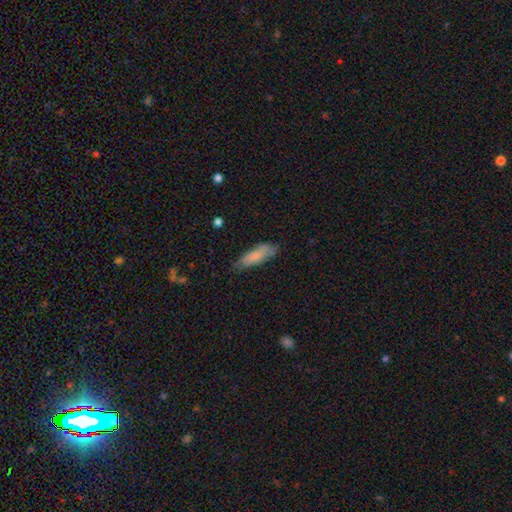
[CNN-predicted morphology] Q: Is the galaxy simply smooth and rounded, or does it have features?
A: smooth — 72%.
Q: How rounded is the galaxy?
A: in between — 56%.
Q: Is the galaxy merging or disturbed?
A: none — 67%.